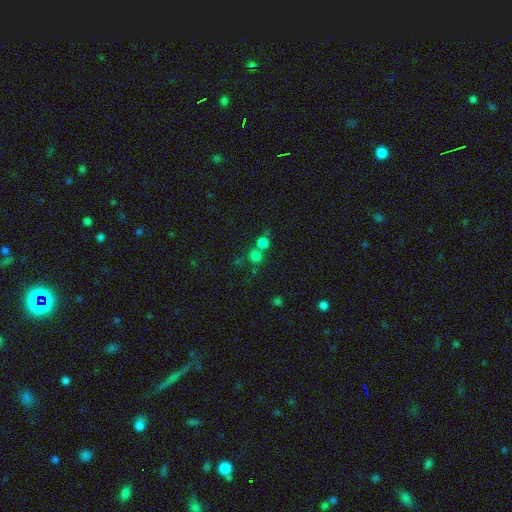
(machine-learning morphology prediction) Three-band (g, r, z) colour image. It shows a smooth galaxy with no disk features (73%) that is round (91%). Merging: none (58%).